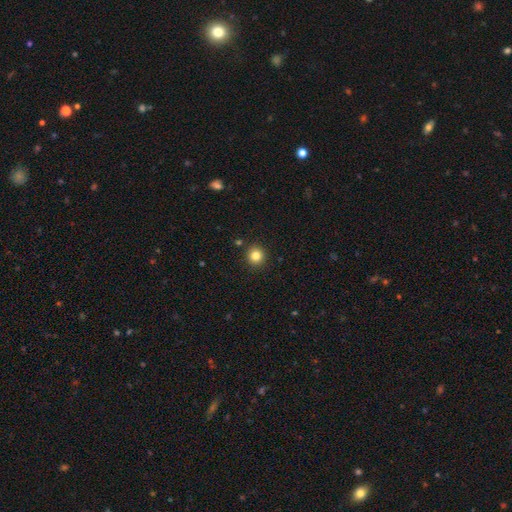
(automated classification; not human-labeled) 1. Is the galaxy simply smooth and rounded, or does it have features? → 82% smooth, 12% star or artifact, 6% featured or disk.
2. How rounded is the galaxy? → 94% round, 5% in between, 1% cigar-shaped.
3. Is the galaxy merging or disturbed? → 92% none, 5% minor disturbance, 2% merger, 2% major disturbance.